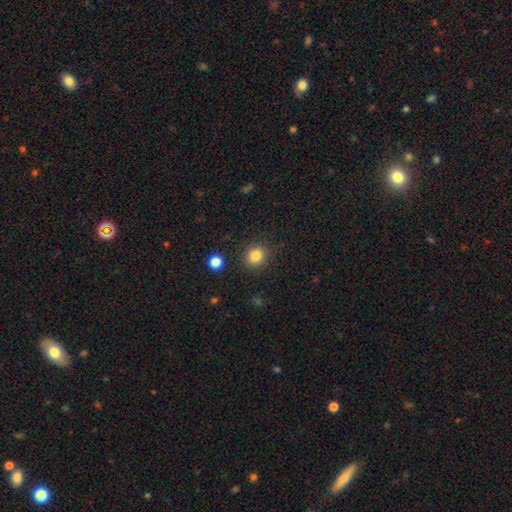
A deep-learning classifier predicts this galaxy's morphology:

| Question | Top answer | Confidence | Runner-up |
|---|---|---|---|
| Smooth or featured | smooth | 83% | star or artifact (11%) |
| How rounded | round | 78% | in between (21%) |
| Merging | none | 87% | minor disturbance (9%) |